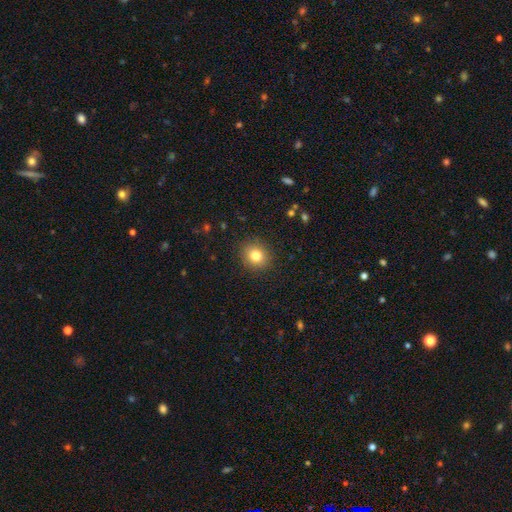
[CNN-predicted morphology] Overall: smooth (81%). How rounded: round (80%). Merging: none (89%).